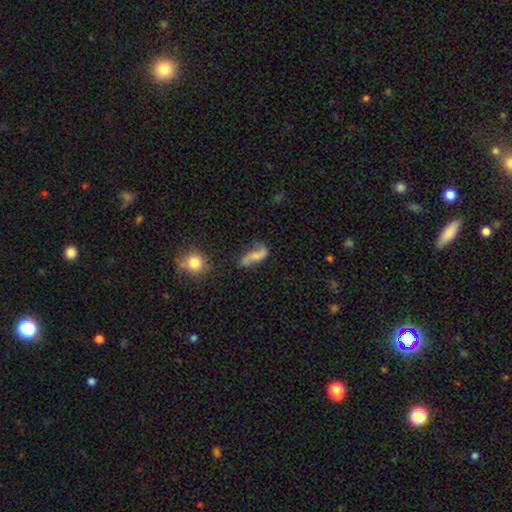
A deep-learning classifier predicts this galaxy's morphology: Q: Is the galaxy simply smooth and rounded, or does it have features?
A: featured or disk — 59%.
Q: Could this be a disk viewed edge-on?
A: no — 91%.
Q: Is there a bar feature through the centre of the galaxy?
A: no — 54%.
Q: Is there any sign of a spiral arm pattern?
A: yes — 86%.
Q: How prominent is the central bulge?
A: none — 38%.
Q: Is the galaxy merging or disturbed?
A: none — 58%.